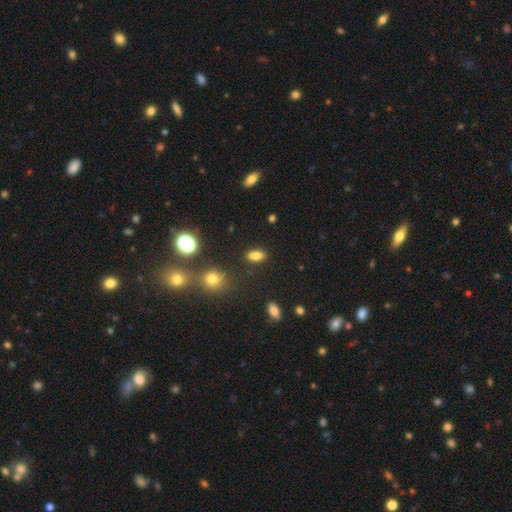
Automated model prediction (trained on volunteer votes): Smooth or featured?
  - smooth: 75% *
  - star or artifact: 14%
  - featured or disk: 11%
How rounded?
  - in between: 81% *
  - cigar-shaped: 12%
  - round: 8%
Merging?
  - none: 83% *
  - minor disturbance: 10%
  - merger: 4%
  - major disturbance: 3%